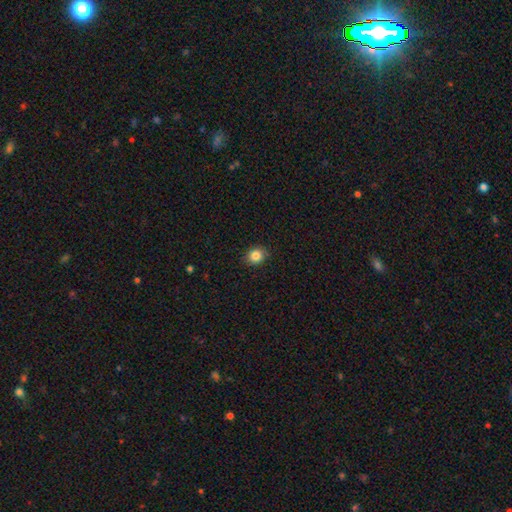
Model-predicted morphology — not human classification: type=smooth (85%); roundness=round (67%); merging=none (88%).